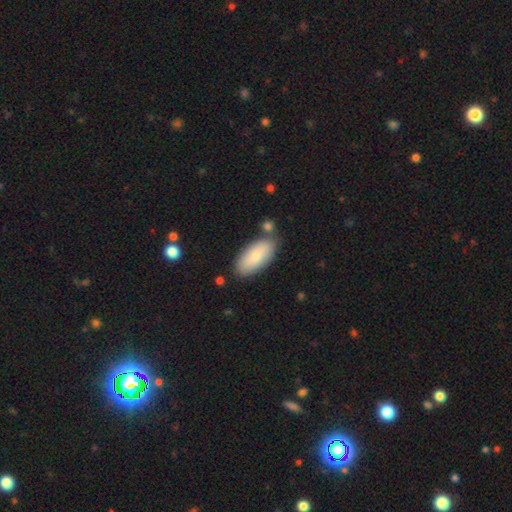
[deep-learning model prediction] Smooth or featured: smooth — 80% (featured or disk — 14%)
How rounded: in between — 90% (cigar-shaped — 8%)
Merging: none — 77% (minor disturbance — 13%)